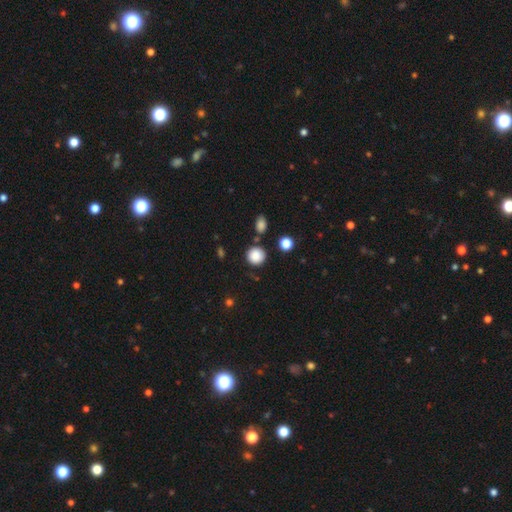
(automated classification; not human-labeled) Morphology: type=smooth (87%); roundness=round (91%); merging=none (81%).